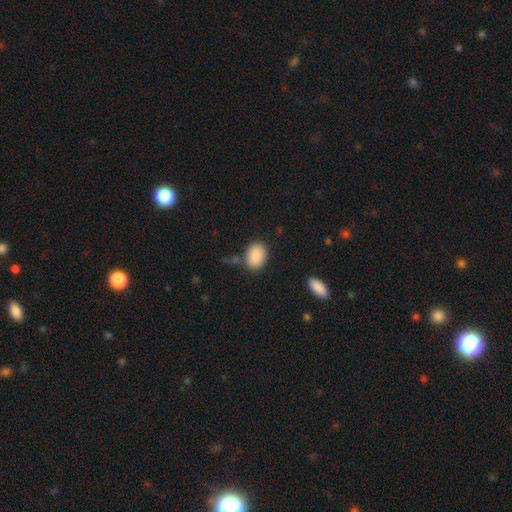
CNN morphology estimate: smooth_or_featured: smooth (p=0.89) [alt: star or artifact p=0.07]
how_rounded: in between (p=0.74) [alt: round p=0.25]
merging: none (p=0.76) [alt: minor disturbance p=0.14]